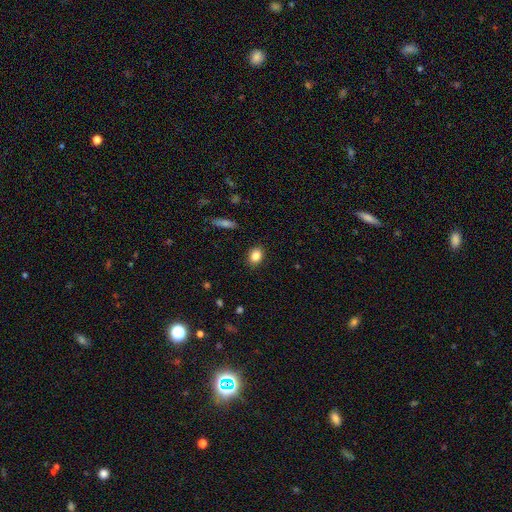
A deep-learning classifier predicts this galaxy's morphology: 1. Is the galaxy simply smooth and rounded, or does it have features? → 85% smooth, 9% star or artifact, 6% featured or disk.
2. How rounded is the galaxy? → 62% in between, 36% round, 2% cigar-shaped.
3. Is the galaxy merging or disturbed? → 88% none, 8% minor disturbance, 2% major disturbance, 1% merger.